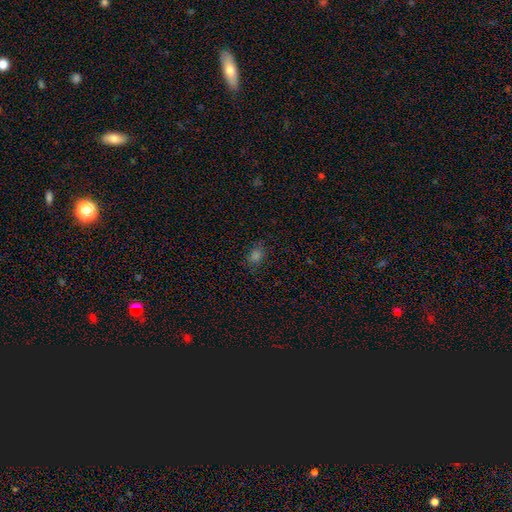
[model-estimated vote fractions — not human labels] Smooth or featured? smooth (71%)
How rounded? in between (55%)
Merging? none (81%)